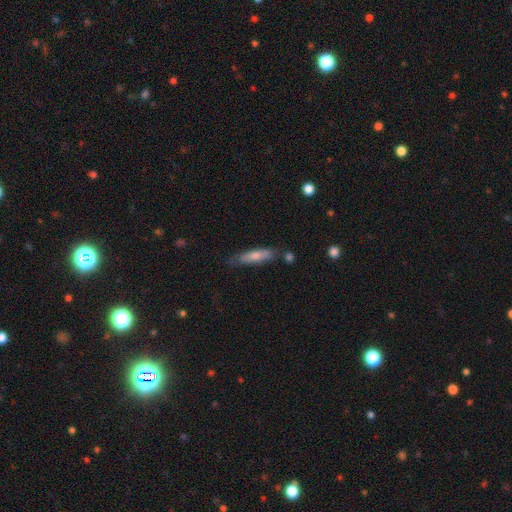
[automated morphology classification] Smooth or featured? Predicted: smooth (p=0.68). How rounded? Predicted: cigar-shaped (p=0.75). Merging? Predicted: none (p=0.68).